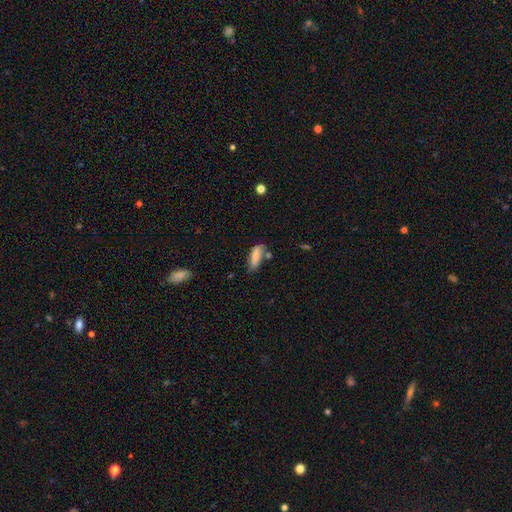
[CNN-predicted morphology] This is likely a smooth galaxy (80%). How rounded: possibly in between (57%). Merging: possibly none (57%).